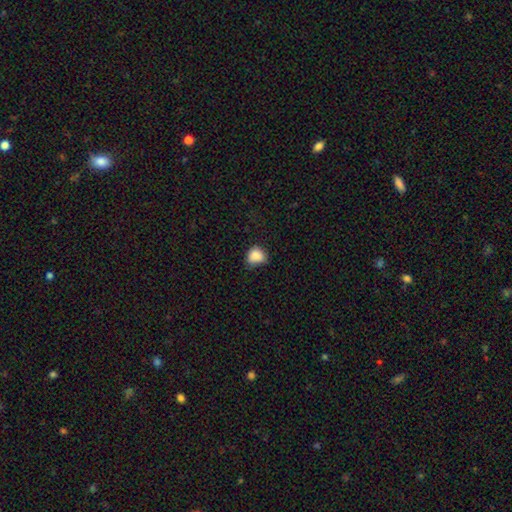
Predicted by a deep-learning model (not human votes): Morphology: type=smooth (86%); roundness=round (61%); merging=none (54%).